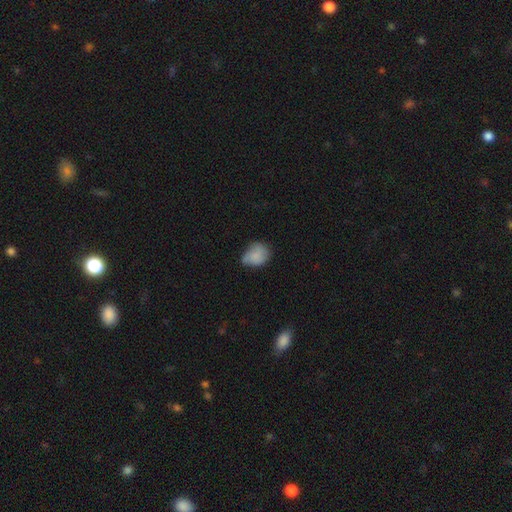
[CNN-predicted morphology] Overall: smooth (79%). How rounded: in between (58%; round 41%). Merging: none (44%; minor disturbance 42%).